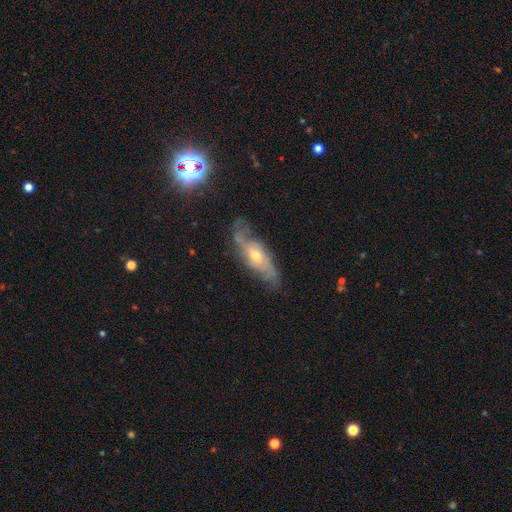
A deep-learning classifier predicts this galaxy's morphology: Overall: featured or disk (72%). Edge-on disk: no (78%). Bar: no (69%). Spiral arms: yes (86%). Bulge size: moderate (59%; small 35%). Merging: none (61%; minor disturbance 25%).